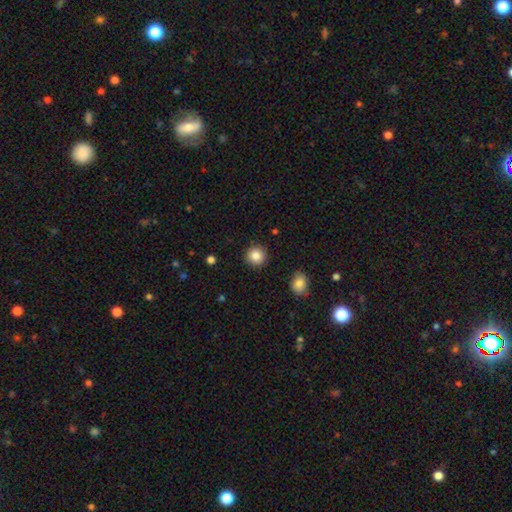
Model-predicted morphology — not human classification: Q: Smooth or featured?
A: smooth (86%); runner-up: star or artifact (9%)
Q: How rounded?
A: round (94%); runner-up: in between (6%)
Q: Merging?
A: none (91%); runner-up: minor disturbance (6%)